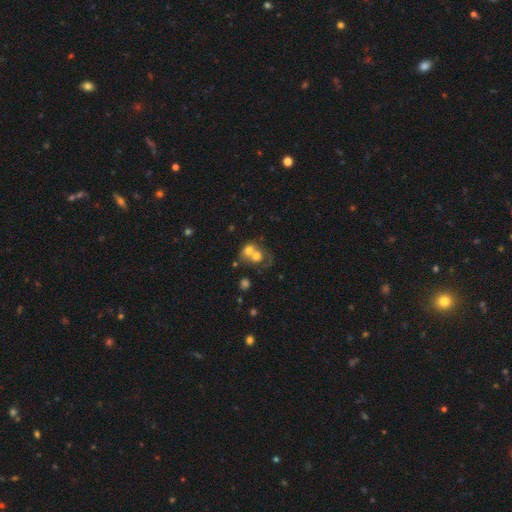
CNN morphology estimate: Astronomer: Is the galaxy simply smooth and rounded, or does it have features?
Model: smooth — 60%.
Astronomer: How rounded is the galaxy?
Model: round — 68%.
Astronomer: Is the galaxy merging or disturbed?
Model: merger — 71%.